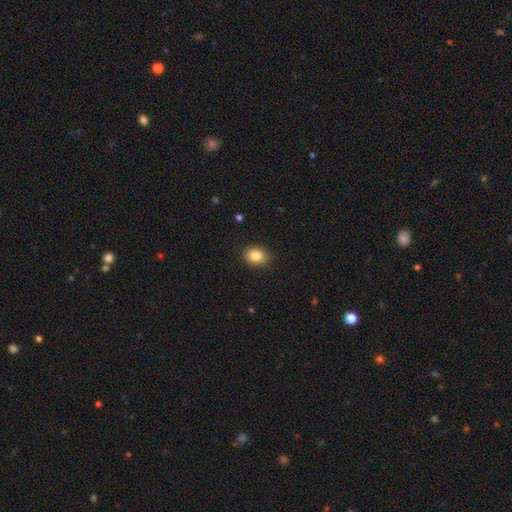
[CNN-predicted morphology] type=smooth (84%); roundness=in between (53%); merging=none (87%).